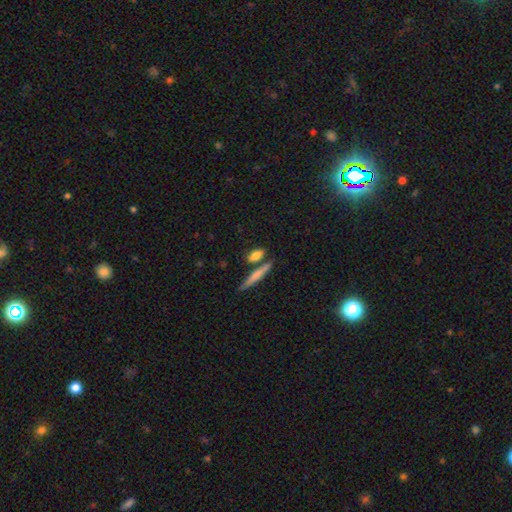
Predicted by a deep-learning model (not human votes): A smooth galaxy with no disk features (77%) that is in between round and cigar-shaped (49%). Merging: none (68%).